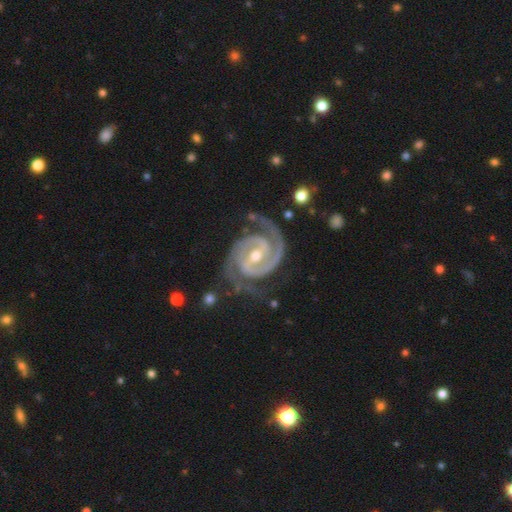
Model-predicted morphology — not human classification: Smooth or featured? featured or disk (94%)
Edge-on disk? no (98%)
Bar? weak (43%)
Spiral arms? yes (99%)
Spiral winding? tight (61%)
Spiral arm count? 2 (89%)
Bulge size? moderate (57%)
Merging? none (75%)